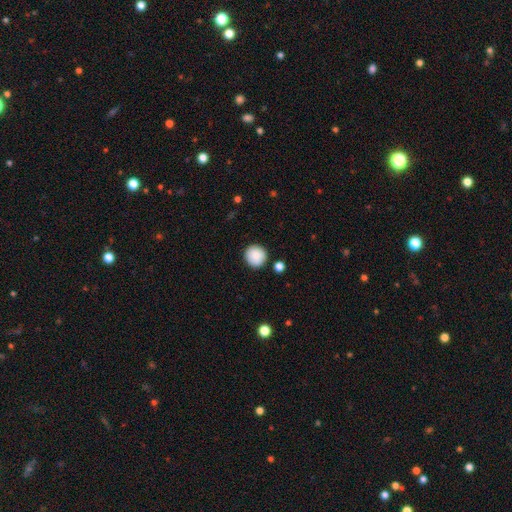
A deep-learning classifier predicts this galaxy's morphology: type=smooth (86%); roundness=round (94%); merging=none (89%).